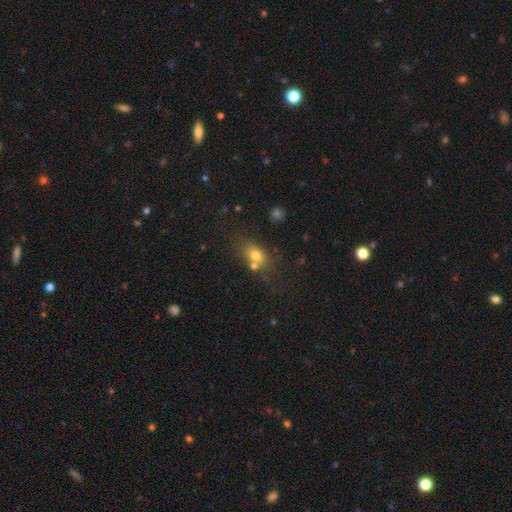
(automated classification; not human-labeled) Overall: smooth (72%). How rounded: in between (66%; round 30%). Merging: none (56%; merger 25%).